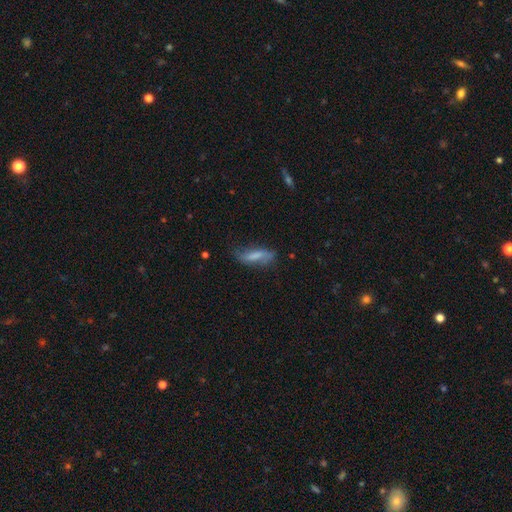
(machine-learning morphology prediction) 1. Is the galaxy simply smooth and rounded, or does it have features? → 59% smooth, 33% featured or disk, 8% star or artifact.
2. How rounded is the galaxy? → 50% cigar-shaped, 48% in between, 2% round.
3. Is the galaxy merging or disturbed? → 55% none, 31% minor disturbance, 12% major disturbance, 3% merger.